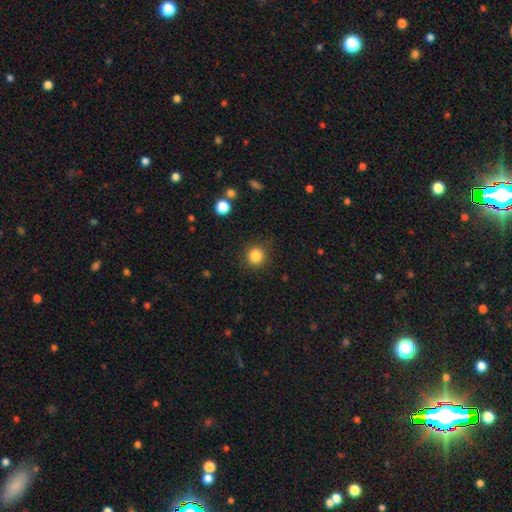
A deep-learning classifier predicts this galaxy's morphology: A smooth galaxy with no disk features (85%) that is round (93%). Merging: none (89%).